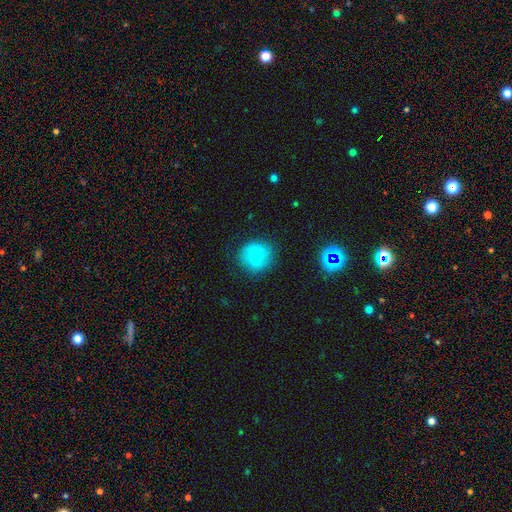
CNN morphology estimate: type=smooth (50%); roundness=round (90%); merging=none (82%).